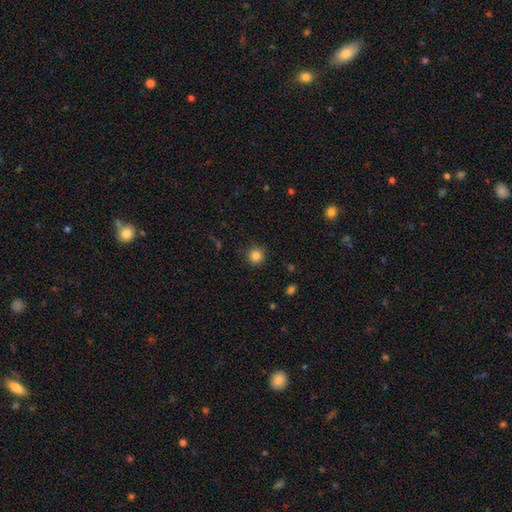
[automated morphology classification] A smooth galaxy with no disk features (84%) that is round (94%). Merging: none (89%).